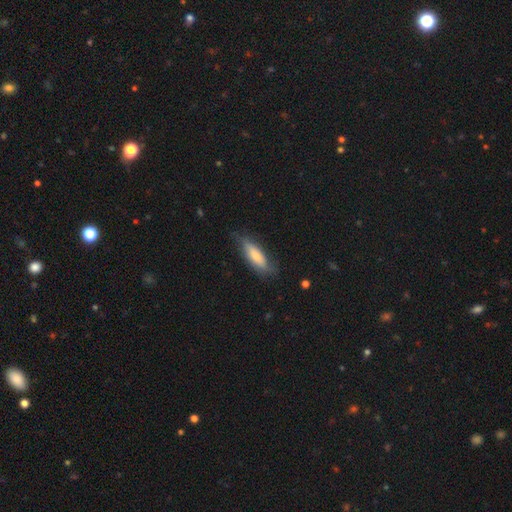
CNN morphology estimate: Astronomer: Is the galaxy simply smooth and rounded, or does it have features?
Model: smooth — 74%.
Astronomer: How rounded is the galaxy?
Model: in between — 52% (runner-up: cigar-shaped, 46%).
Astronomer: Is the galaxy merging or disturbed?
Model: none — 69%.